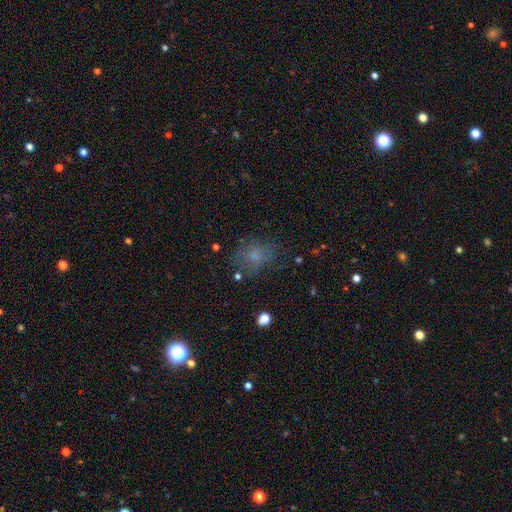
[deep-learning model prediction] Smooth or featured? smooth (67%)
How rounded? round (51%)
Merging? none (64%)